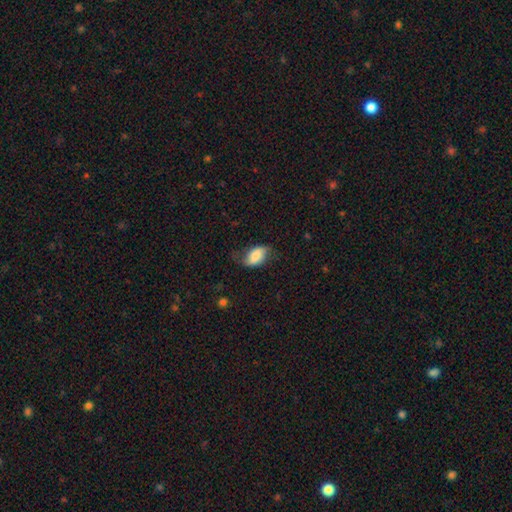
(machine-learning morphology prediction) type=smooth (70%); roundness=in between (90%); merging=none (54%).